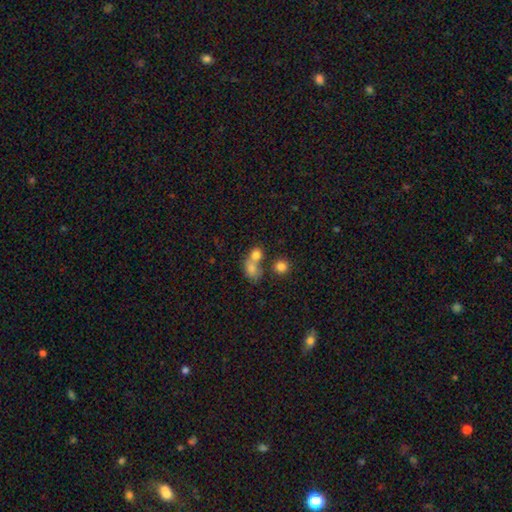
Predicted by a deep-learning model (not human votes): This appears to be a smooth galaxy with no disk features (76%) that is round (59%). Merging: merger (55%).